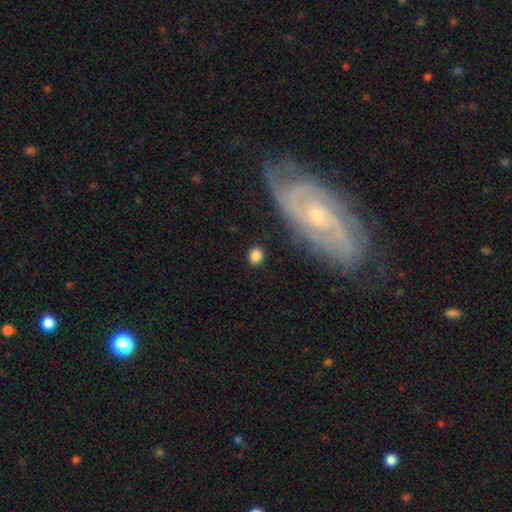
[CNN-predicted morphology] smooth-or-featured: smooth: 84% | star or artifact: 9% | featured or disk: 7%
  how-rounded: round: 57% | in between: 42% | cigar-shaped: 2%
  merging: none: 85% | minor disturbance: 10% | major disturbance: 3% | merger: 2%